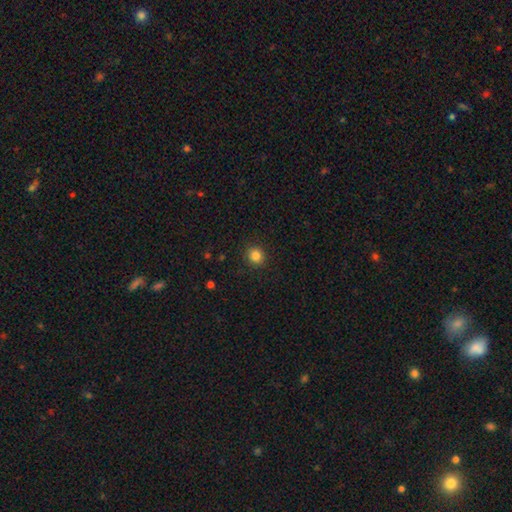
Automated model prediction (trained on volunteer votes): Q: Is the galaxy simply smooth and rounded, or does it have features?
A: smooth — 85%.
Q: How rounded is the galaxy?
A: round — 87%.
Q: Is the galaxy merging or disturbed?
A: none — 91%.